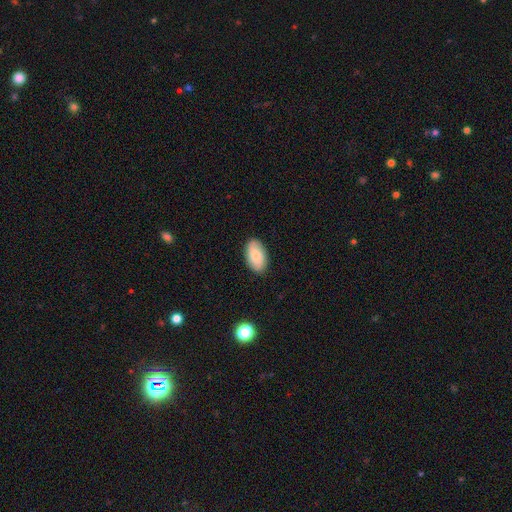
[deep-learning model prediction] A smooth galaxy with no disk features (77%) that is in between round and cigar-shaped (94%).

Vote fractions:
- Smooth or featured? smooth: 77% / featured or disk: 16% / star or artifact: 7%
- How rounded? in between: 94% / round: 4% / cigar-shaped: 2%
- Merging? none: 87% / minor disturbance: 10% / major disturbance: 2% / merger: 1%